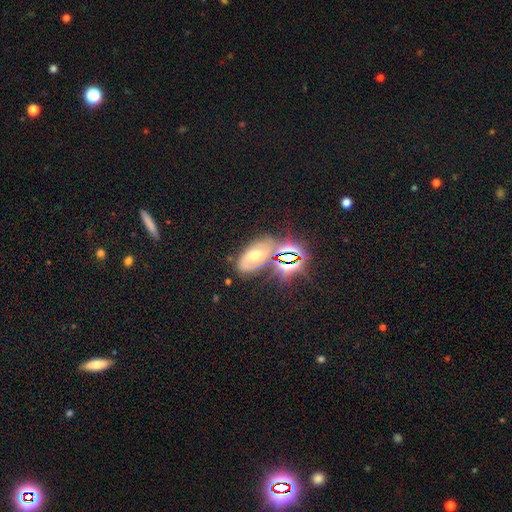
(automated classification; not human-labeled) Smooth or featured? Predicted: featured or disk (p=0.49). Merging? Predicted: none (p=0.64).